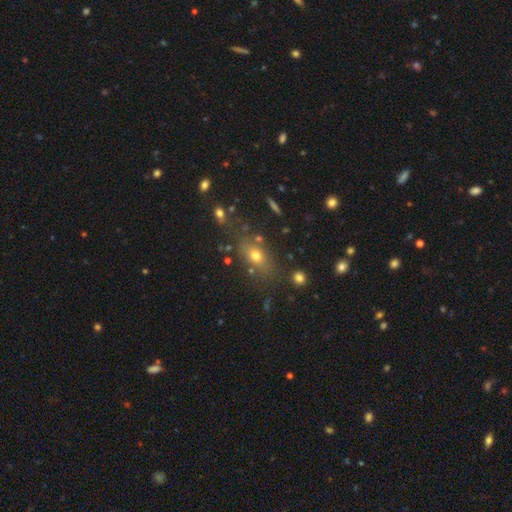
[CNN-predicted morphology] smooth 67%, featured or disk 17%, star or artifact 16%. Down the decision tree: how rounded — in between (69%); merging — none (72%).